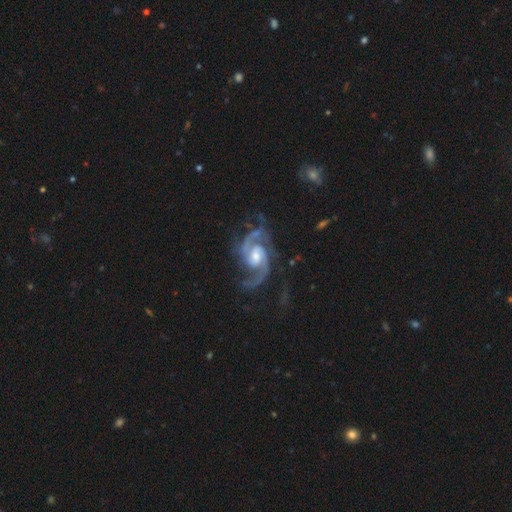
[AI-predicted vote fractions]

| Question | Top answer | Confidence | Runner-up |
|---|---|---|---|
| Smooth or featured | featured or disk | 93% | star or artifact (4%) |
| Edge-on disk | no | 98% | yes (2%) |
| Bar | weak | 44% | no (42%) |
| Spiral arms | yes | 99% | no (1%) |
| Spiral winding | medium | 61% | tight (23%) |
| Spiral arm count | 2 | 85% | 3 (7%) |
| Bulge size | moderate | 60% | small (26%) |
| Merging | none | 67% | minor disturbance (19%) |